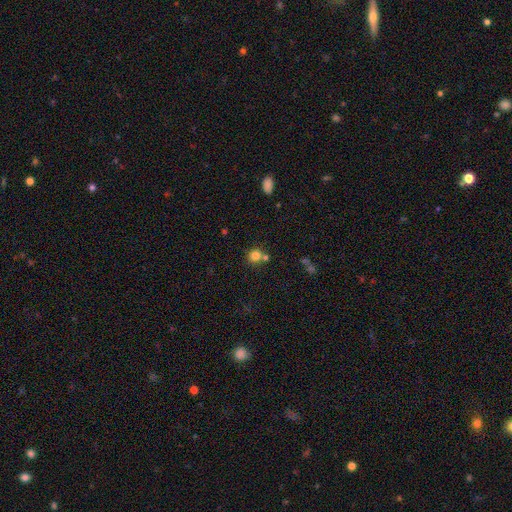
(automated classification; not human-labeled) Smooth or featured? Predicted: smooth (p=0.80). How rounded? Predicted: round (p=0.90). Merging? Predicted: none (p=0.65).